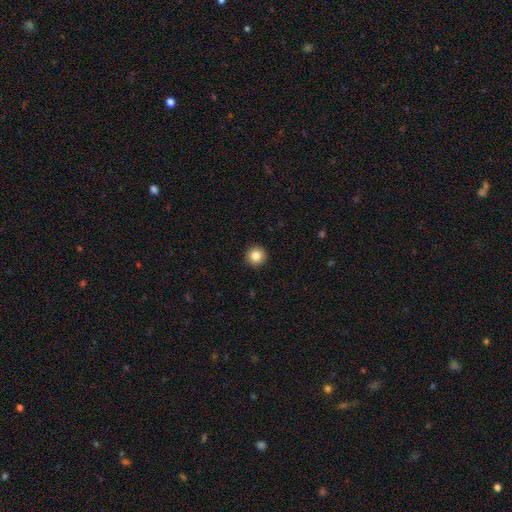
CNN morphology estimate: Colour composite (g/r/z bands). It shows a smooth galaxy with no disk features (84%) that is round (96%). Merging: none (94%).